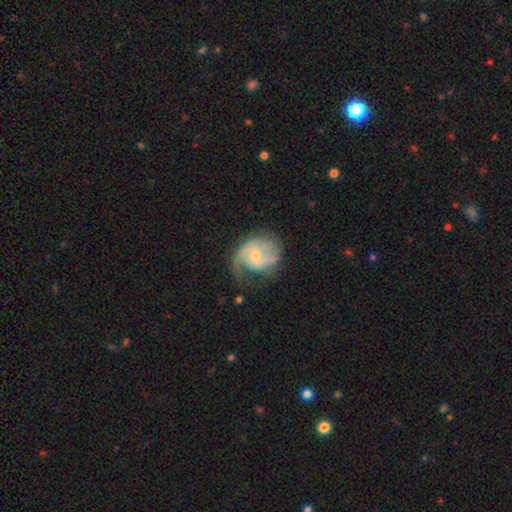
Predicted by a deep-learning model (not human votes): A featured or disk galaxy (77%) with no bar (61%), 2 (52%) medium (44%) spiral arms (91%) and a small central bulge (55%). Merging: none (47%).